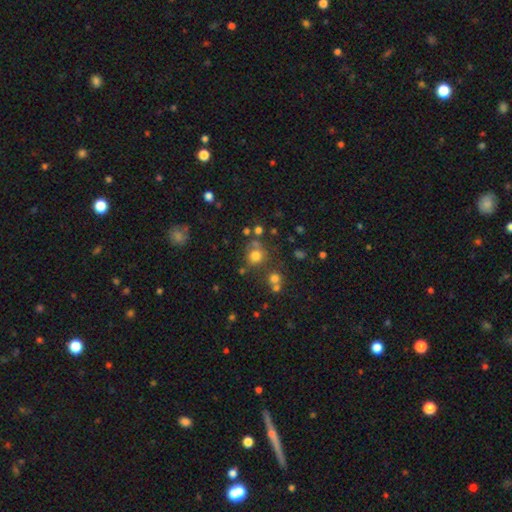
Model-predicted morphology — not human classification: smooth_or_featured: smooth (p=0.72) [alt: star or artifact p=0.18]
how_rounded: round (p=0.87) [alt: in between p=0.12]
merging: none (p=0.64) [alt: merger p=0.16]